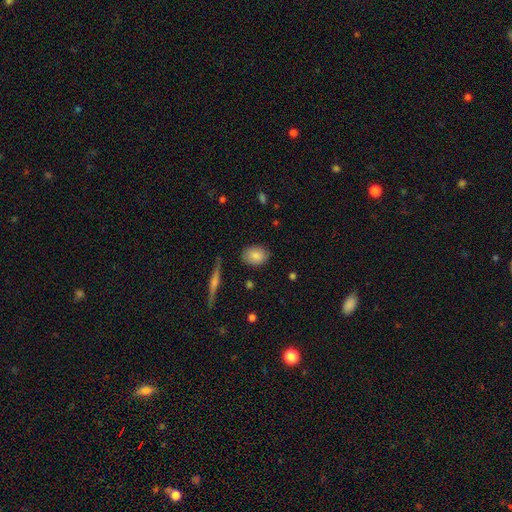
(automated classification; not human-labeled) Smooth or featured?
  - smooth: 83% *
  - featured or disk: 9%
  - star or artifact: 7%
How rounded?
  - in between: 71% *
  - round: 27%
  - cigar-shaped: 2%
Merging?
  - none: 84% *
  - minor disturbance: 12%
  - major disturbance: 3%
  - merger: 2%